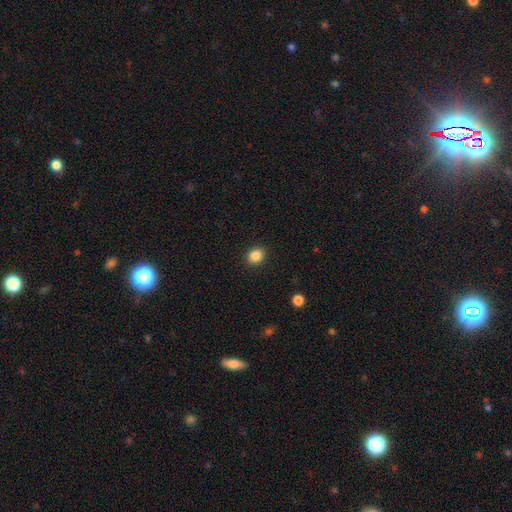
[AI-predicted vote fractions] Smooth or featured? smooth (86%)
How rounded? round (63%)
Merging? none (90%)